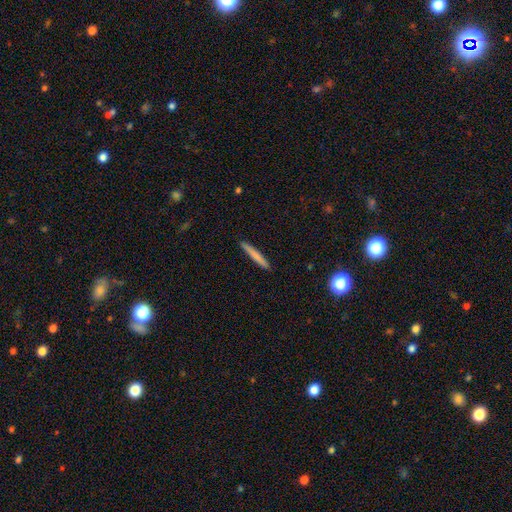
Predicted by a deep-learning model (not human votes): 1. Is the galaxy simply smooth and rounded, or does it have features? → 73% smooth, 21% featured or disk, 6% star or artifact.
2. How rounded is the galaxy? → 96% cigar-shaped, 3% in between, 1% round.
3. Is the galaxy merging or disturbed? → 91% none, 7% minor disturbance, 1% major disturbance, 1% merger.